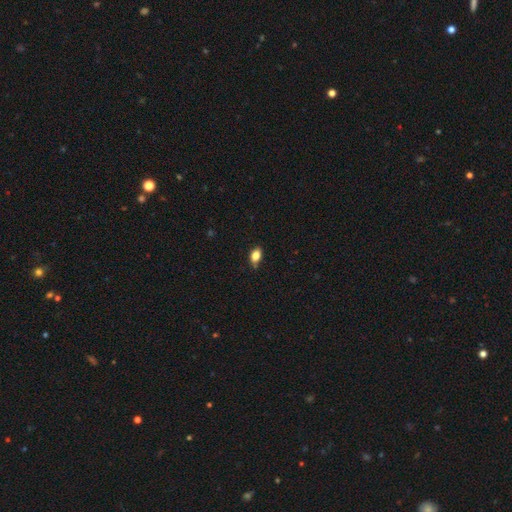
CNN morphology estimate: A smooth galaxy with no disk features (82%) that is in between round and cigar-shaped (84%). Merging: none (70%).